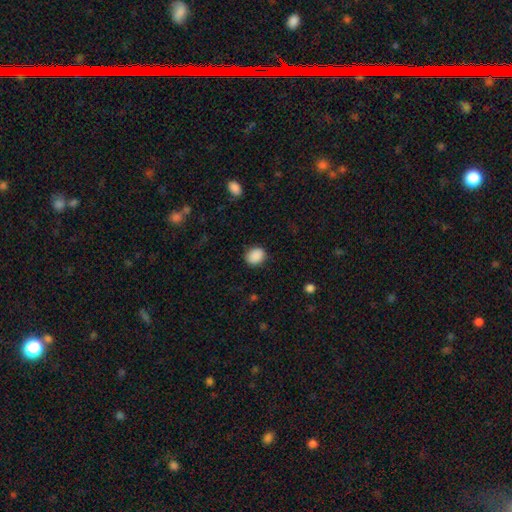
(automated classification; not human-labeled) smooth_or_featured: smooth (p=0.89) [alt: star or artifact p=0.08]
how_rounded: round (p=0.53) [alt: in between p=0.46]
merging: none (p=0.84) [alt: minor disturbance p=0.12]